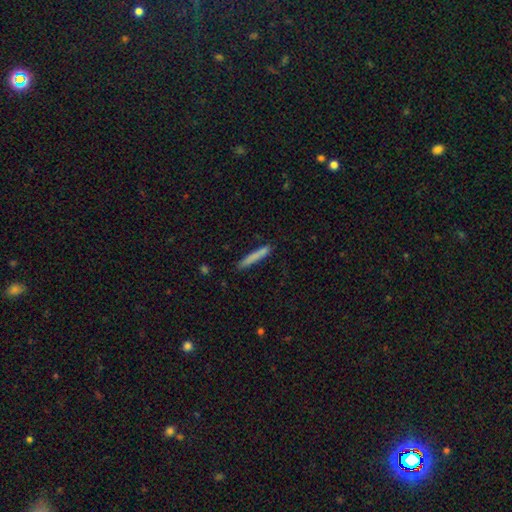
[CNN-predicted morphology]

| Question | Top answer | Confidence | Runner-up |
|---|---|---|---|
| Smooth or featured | smooth | 79% | featured or disk (15%) |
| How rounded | cigar-shaped | 95% | in between (3%) |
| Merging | none | 86% | minor disturbance (11%) |